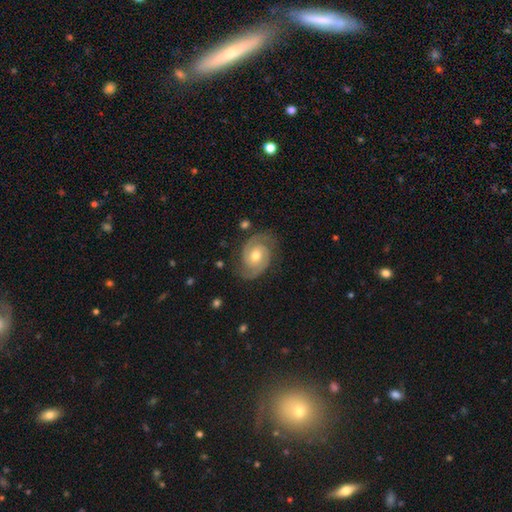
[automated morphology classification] type=featured or disk (89%); edge-on=no (98%); bar=no (64%); spiral arms=yes (97%); winding=tight (50%); arm count=2 (92%); bulge=moderate (69%); merging=none (82%).